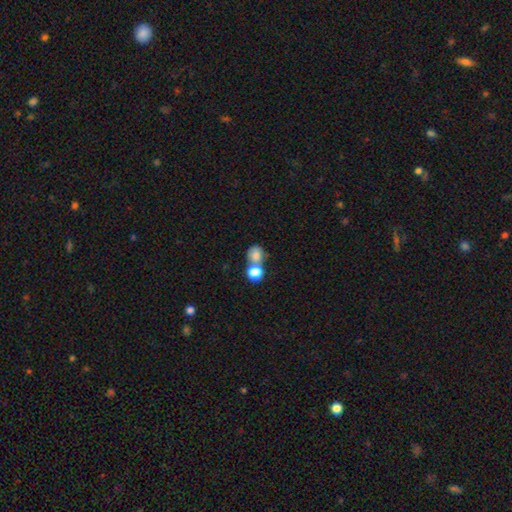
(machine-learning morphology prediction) Smooth or featured? Predicted: smooth (p=0.80). How rounded? Predicted: round (p=0.74). Merging? Predicted: merger (p=0.46).